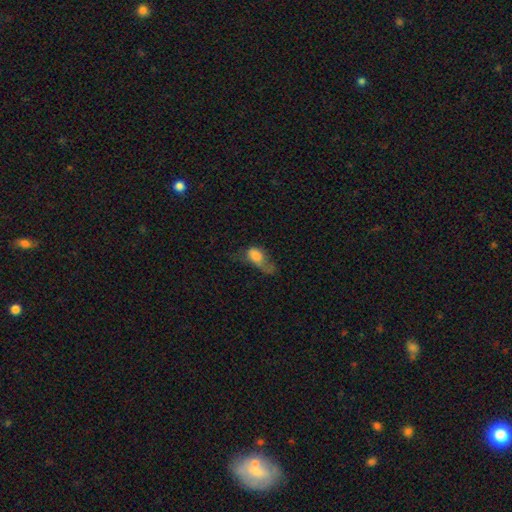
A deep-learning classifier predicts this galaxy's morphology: smooth-or-featured: smooth: 67% | featured or disk: 24% | star or artifact: 9%
  how-rounded: in between: 80% | round: 13% | cigar-shaped: 7%
  merging: major disturbance: 55% | minor disturbance: 21% | none: 18% | merger: 6%